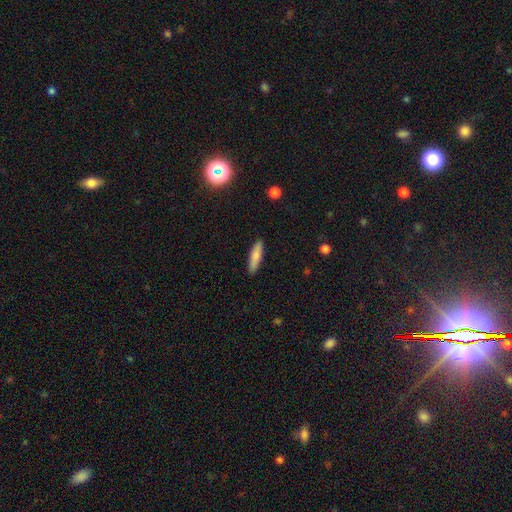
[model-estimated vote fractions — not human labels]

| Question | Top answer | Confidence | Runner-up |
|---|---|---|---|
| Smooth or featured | smooth | 79% | featured or disk (15%) |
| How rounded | cigar-shaped | 74% | in between (24%) |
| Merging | none | 89% | minor disturbance (8%) |